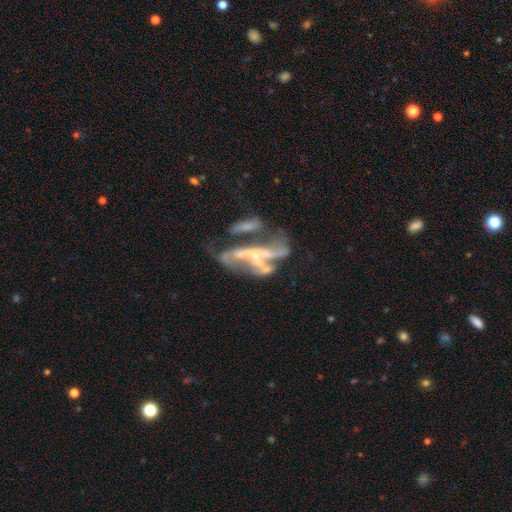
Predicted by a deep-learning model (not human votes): This is likely a featured or disk galaxy (72%). It is clearly not viewed edge-on (85%). Bar: likely no (61%). Spiral arm pattern: possibly no (58%). Central bulge: marginally small (40%). Merging: marginally merger (42%).